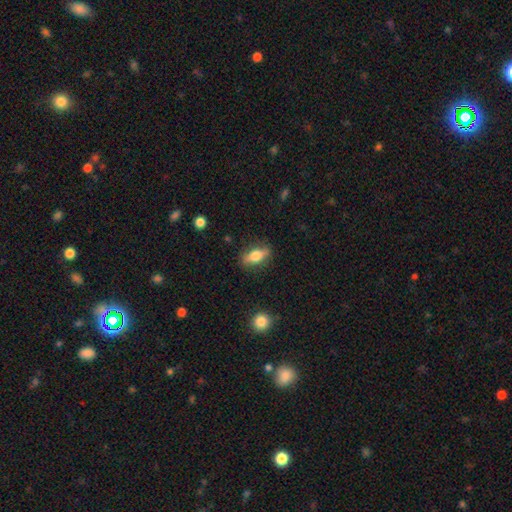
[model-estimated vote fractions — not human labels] Smooth or featured: smooth — 60% (featured or disk — 33%)
How rounded: in between — 69% (cigar-shaped — 24%)
Merging: none — 81% (minor disturbance — 14%)